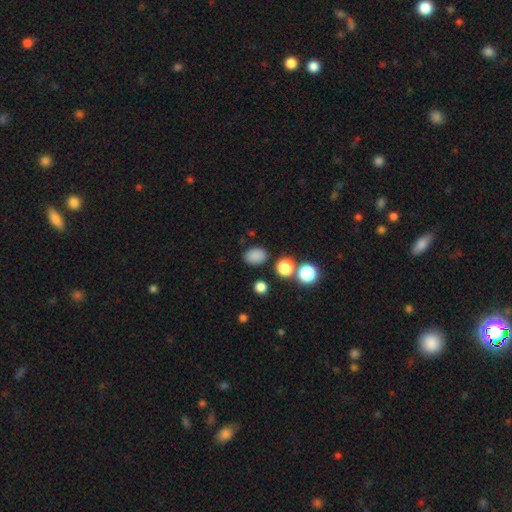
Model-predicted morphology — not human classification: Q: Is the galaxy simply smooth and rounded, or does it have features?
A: smooth — 83%.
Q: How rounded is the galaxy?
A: in between — 72%.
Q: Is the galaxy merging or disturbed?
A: none — 81%.